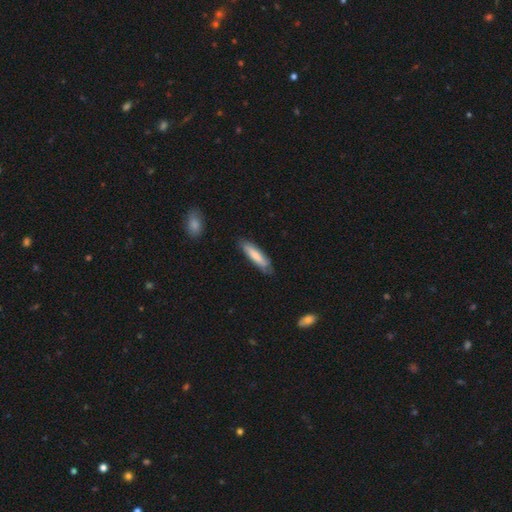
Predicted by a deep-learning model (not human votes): A smooth galaxy with no disk features (72%) that is cigar-shaped (73%).

Vote fractions:
- Smooth or featured? smooth: 72% / featured or disk: 22% / star or artifact: 5%
- How rounded? cigar-shaped: 73% / in between: 26% / round: 1%
- Merging? none: 78% / minor disturbance: 17% / major disturbance: 3% / merger: 2%